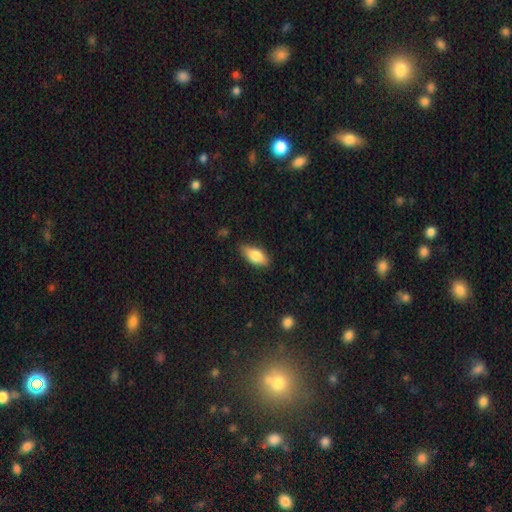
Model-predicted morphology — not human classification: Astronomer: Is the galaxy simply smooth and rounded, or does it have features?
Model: smooth — 79%.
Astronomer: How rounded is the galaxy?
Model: in between — 85%.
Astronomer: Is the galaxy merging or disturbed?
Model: none — 81%.